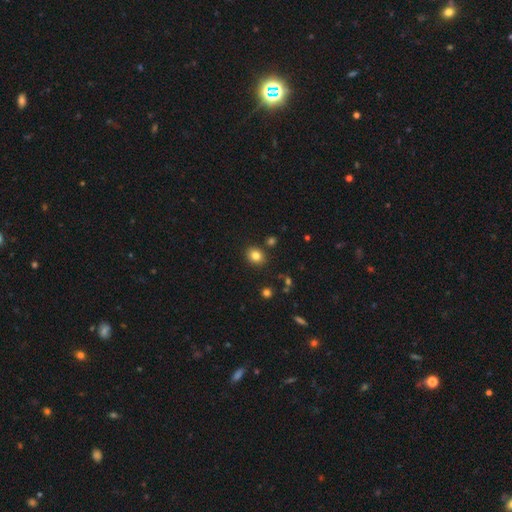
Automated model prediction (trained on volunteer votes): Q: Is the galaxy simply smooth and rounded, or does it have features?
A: smooth — 82%.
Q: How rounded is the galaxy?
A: round — 66%.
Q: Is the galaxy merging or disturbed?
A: none — 86%.